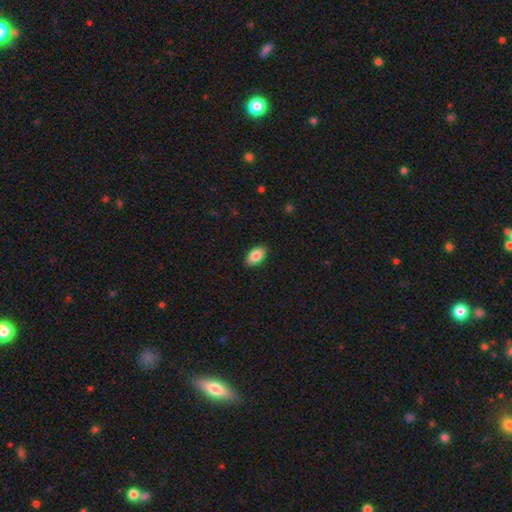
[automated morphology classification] A smooth galaxy with no disk features (85%) that is in between round and cigar-shaped (93%).

Vote fractions:
- Smooth or featured? smooth: 85% / featured or disk: 9% / star or artifact: 7%
- How rounded? in between: 93% / round: 4% / cigar-shaped: 4%
- Merging? none: 88% / minor disturbance: 9% / major disturbance: 2% / merger: 1%